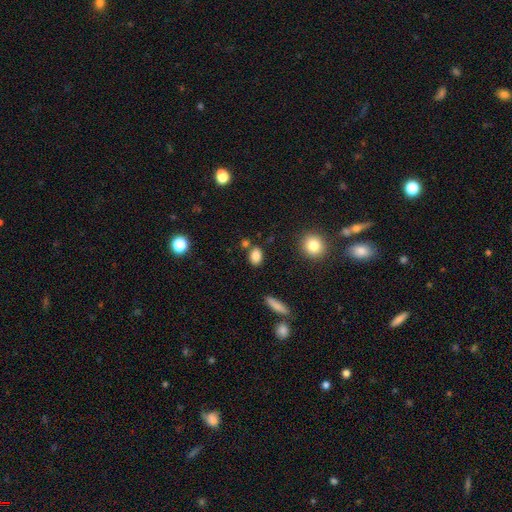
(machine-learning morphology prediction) This is clearly a smooth galaxy (84%). How rounded: likely in between (75%). Merging: likely none (76%).